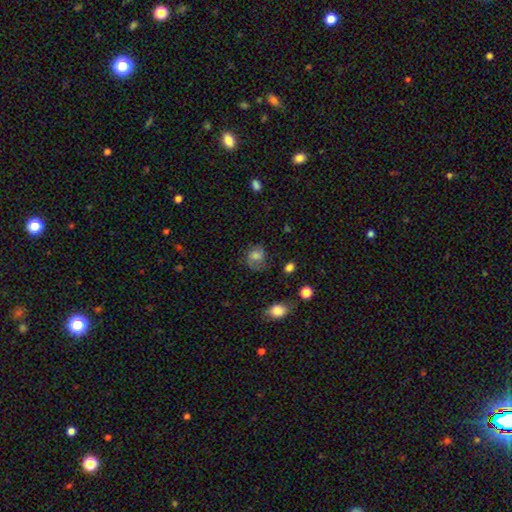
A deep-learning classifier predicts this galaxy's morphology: The model was most divided on "how rounded": round: 61%, in between: 38%, cigar-shaped: 1%. More confident: smooth or featured — smooth (67%); merging — none (56%).